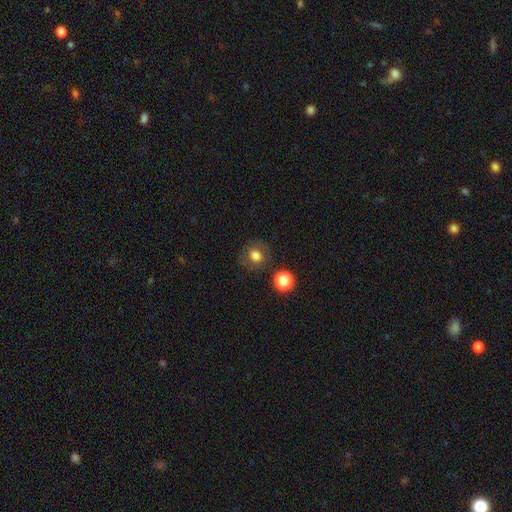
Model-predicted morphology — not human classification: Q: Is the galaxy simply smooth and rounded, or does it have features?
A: smooth — 74%.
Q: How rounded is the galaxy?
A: round — 83%.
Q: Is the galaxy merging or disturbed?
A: none — 79%.